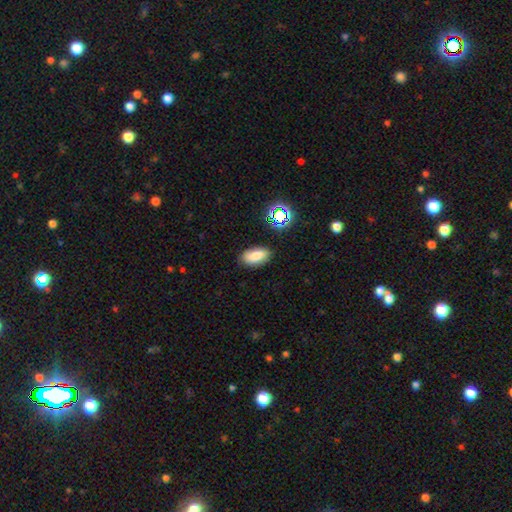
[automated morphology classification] This appears to be a smooth galaxy with no disk features (79%) that is in between round and cigar-shaped (92%). Merging: none (84%).